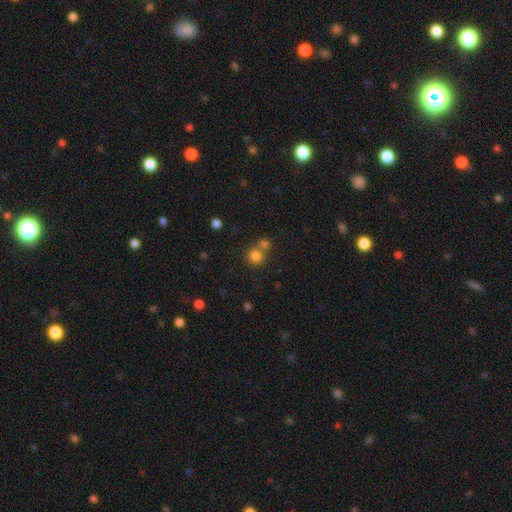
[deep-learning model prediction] Morphology: type=smooth (80%); roundness=round (90%); merging=none (56%).